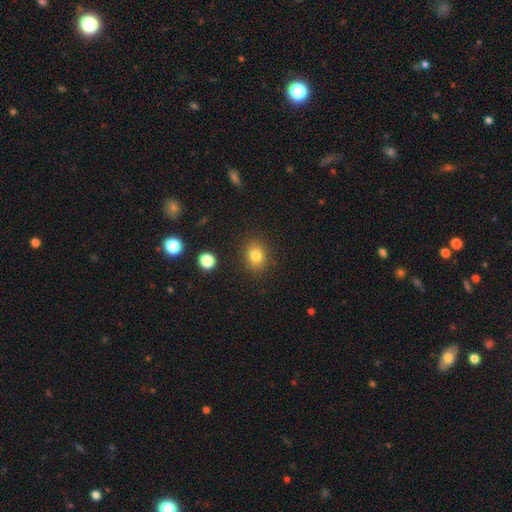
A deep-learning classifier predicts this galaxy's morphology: Smooth or featured: smooth — 82% (star or artifact — 11%)
How rounded: in between — 50% (round — 49%)
Merging: none — 87% (minor disturbance — 8%)